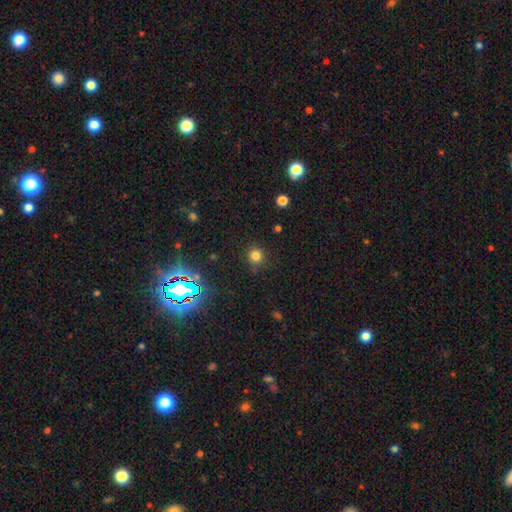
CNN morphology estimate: The model was most divided on "smooth or featured": smooth: 75%, star or artifact: 19%, featured or disk: 6%. More confident: how rounded — round (92%); merging — none (85%).